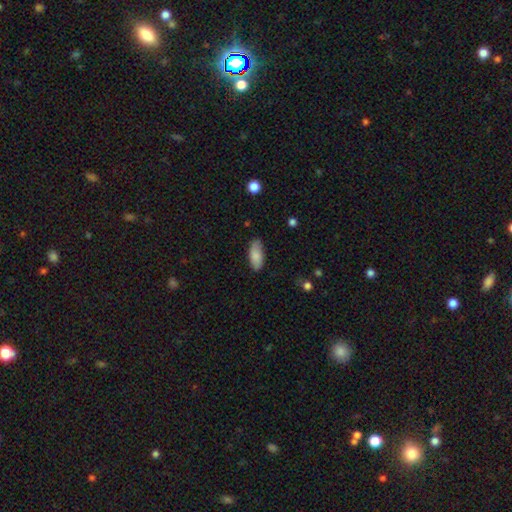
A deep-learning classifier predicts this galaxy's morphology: This is clearly a smooth galaxy (85%). How rounded: clearly in between (85%). Merging: clearly none (82%).